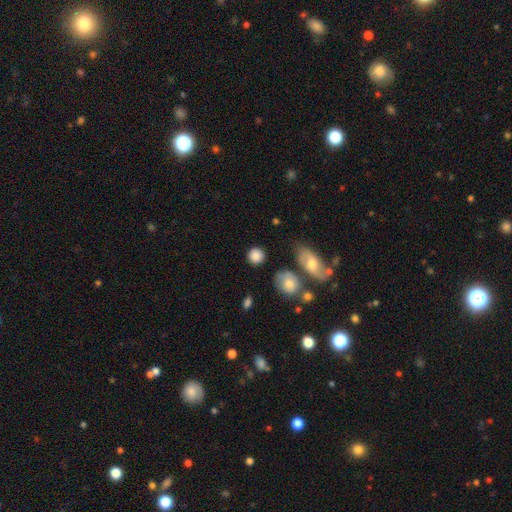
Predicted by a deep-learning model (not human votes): smooth-or-featured: smooth: 85% | star or artifact: 8% | featured or disk: 7%
  how-rounded: round: 85% | in between: 14% | cigar-shaped: 1%
  merging: none: 79% | minor disturbance: 11% | merger: 5% | major disturbance: 4%